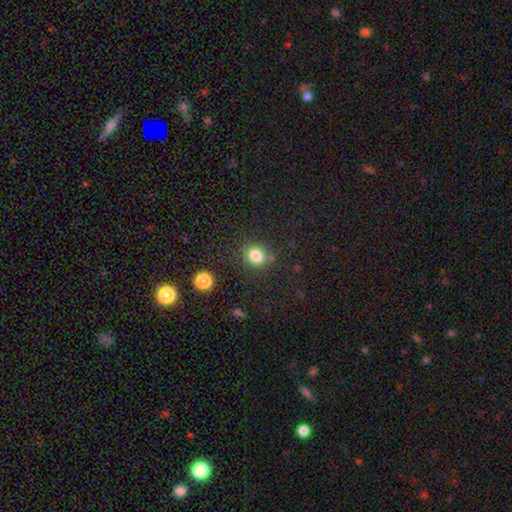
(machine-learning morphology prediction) Smooth or featured?
  - smooth: 81% *
  - star or artifact: 13%
  - featured or disk: 6%
How rounded?
  - round: 77% *
  - in between: 22%
  - cigar-shaped: 1%
Merging?
  - none: 79% *
  - minor disturbance: 11%
  - merger: 5%
  - major disturbance: 4%